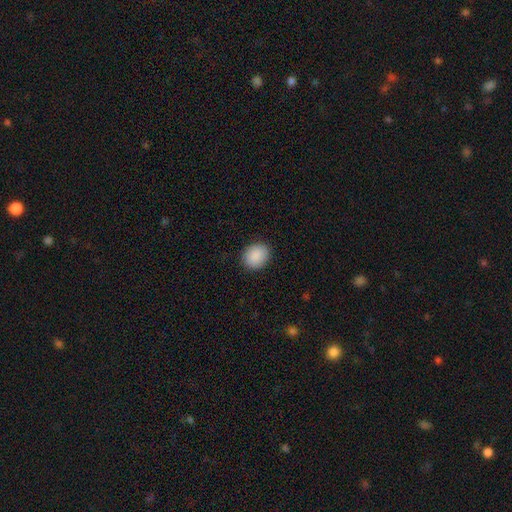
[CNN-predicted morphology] smooth 90%, star or artifact 7%, featured or disk 3%. Down the decision tree: how rounded — round (61%); merging — none (89%).